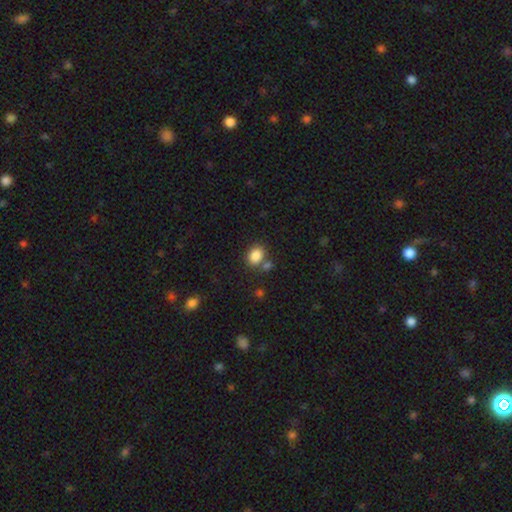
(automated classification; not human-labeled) Smooth or featured? Predicted: smooth (p=0.85). How rounded? Predicted: in between (p=0.55). Merging? Predicted: none (p=0.67).